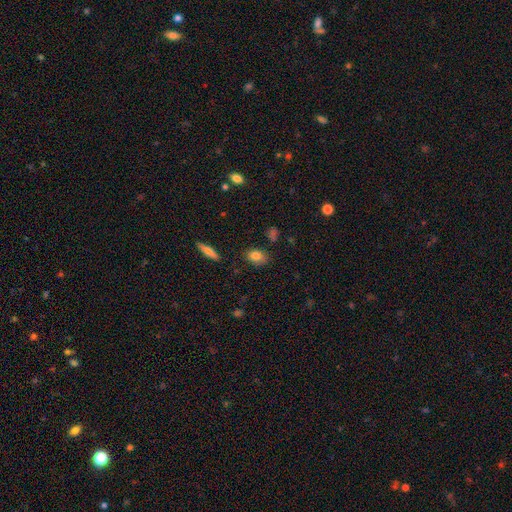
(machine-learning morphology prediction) This appears to be a smooth galaxy with no disk features (81%) that is in between round and cigar-shaped (78%). Merging: none (81%).